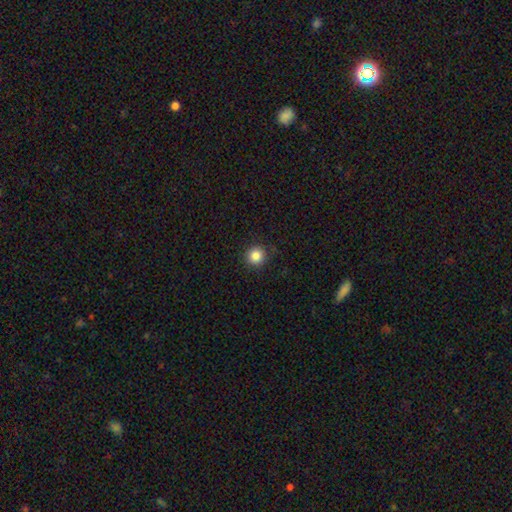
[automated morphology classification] The model was most divided on "smooth or featured": smooth: 85%, star or artifact: 11%, featured or disk: 4%. More confident: how rounded — round (93%); merging — none (88%).